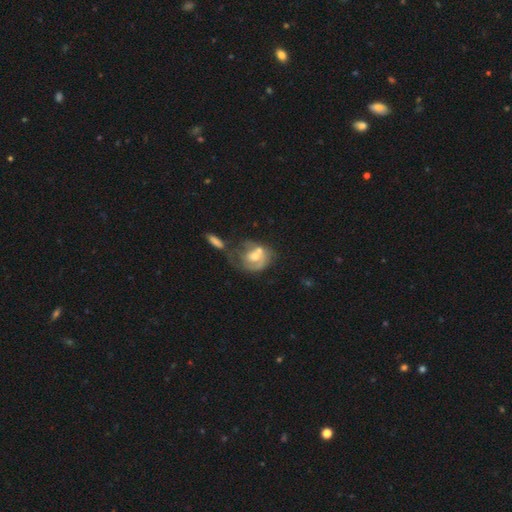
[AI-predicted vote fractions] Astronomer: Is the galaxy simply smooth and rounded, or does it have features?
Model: featured or disk — 55% (runner-up: smooth, 38%).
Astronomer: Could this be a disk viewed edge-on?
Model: no — 96%.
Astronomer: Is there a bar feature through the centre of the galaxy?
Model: no — 74%.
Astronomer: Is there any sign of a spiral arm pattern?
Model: no — 50%, tied with yes at 50%.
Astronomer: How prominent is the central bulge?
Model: moderate — 60%.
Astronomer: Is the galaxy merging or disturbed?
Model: merger — 39% (runner-up: none, 25%).